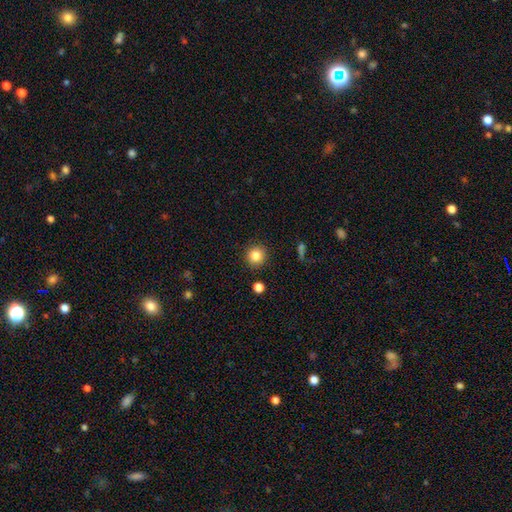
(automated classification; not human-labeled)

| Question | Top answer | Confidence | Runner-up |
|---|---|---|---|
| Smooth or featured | smooth | 83% | star or artifact (11%) |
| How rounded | round | 94% | in between (5%) |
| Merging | none | 91% | minor disturbance (6%) |